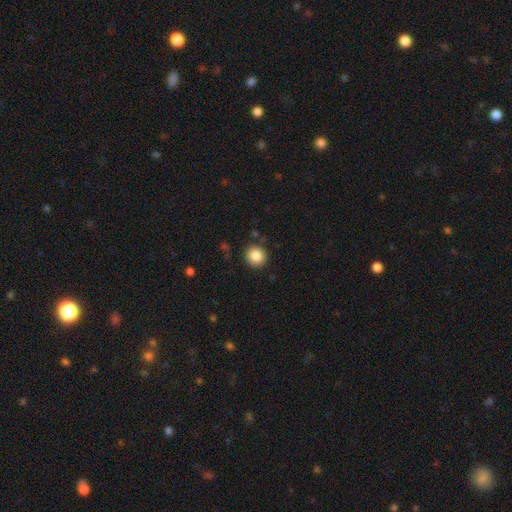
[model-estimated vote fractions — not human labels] A smooth galaxy with no disk features (86%) that is round (92%).

Vote fractions:
- Smooth or featured? smooth: 86% / star or artifact: 10% / featured or disk: 5%
- How rounded? round: 92% / in between: 7% / cigar-shaped: 1%
- Merging? none: 89% / minor disturbance: 7% / major disturbance: 2% / merger: 2%